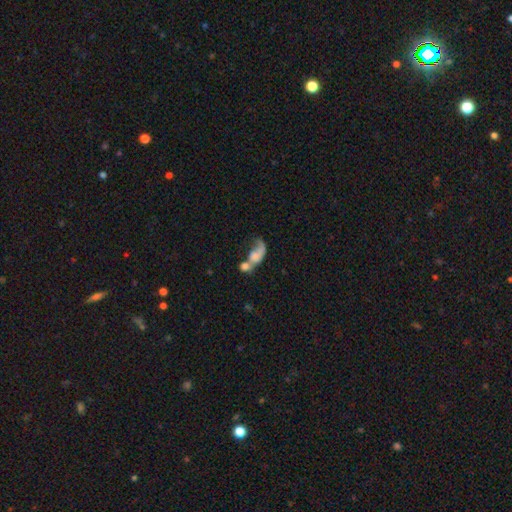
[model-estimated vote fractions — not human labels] Overall: smooth (49%; featured or disk 41%). Merging: merger (57%; major disturbance 21%).